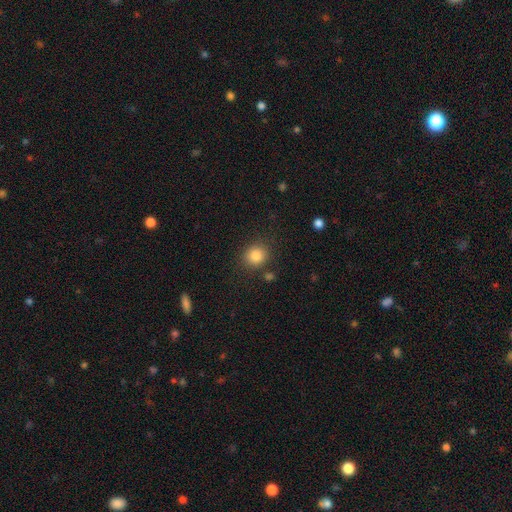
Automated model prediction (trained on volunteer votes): smooth_or_featured: smooth (p=0.84) [alt: star or artifact p=0.11]
how_rounded: round (p=0.82) [alt: in between p=0.17]
merging: none (p=0.84) [alt: minor disturbance p=0.09]